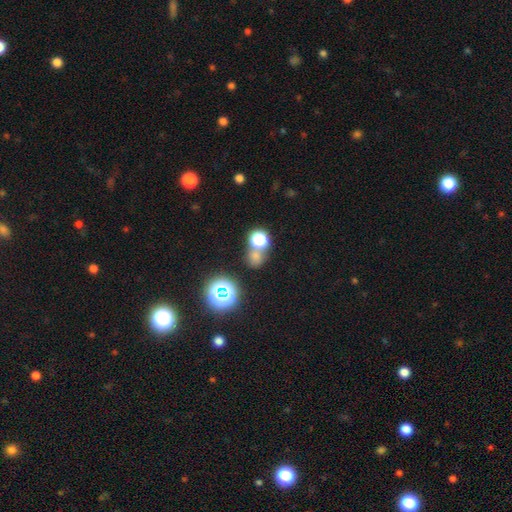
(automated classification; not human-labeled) Smooth or featured?
  - smooth: 63% *
  - star or artifact: 30%
  - featured or disk: 8%
How rounded?
  - round: 73% *
  - in between: 25%
  - cigar-shaped: 1%
Merging?
  - none: 52% *
  - merger: 33%
  - minor disturbance: 9%
  - major disturbance: 5%